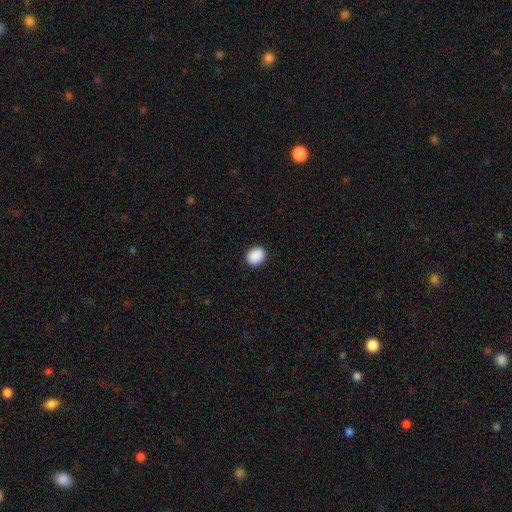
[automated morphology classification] smooth-or-featured: smooth: 90% | star or artifact: 8% | featured or disk: 2%
  how-rounded: in between: 50% | round: 49% | cigar-shaped: 1%
  merging: none: 90% | minor disturbance: 7% | major disturbance: 2% | merger: 1%